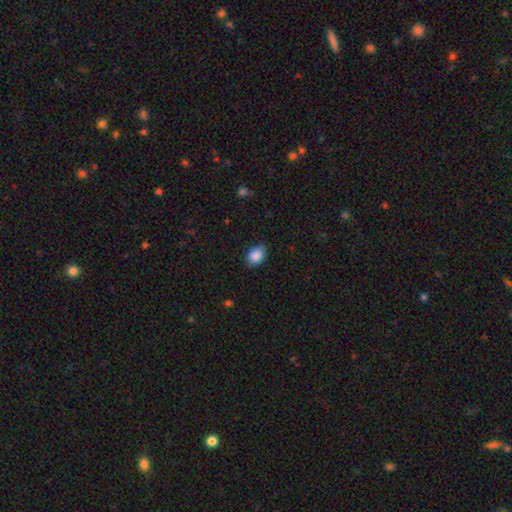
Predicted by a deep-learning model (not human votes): smooth 88%, star or artifact 8%, featured or disk 5%. Down the decision tree: how rounded — in between (75%); merging — none (78%).